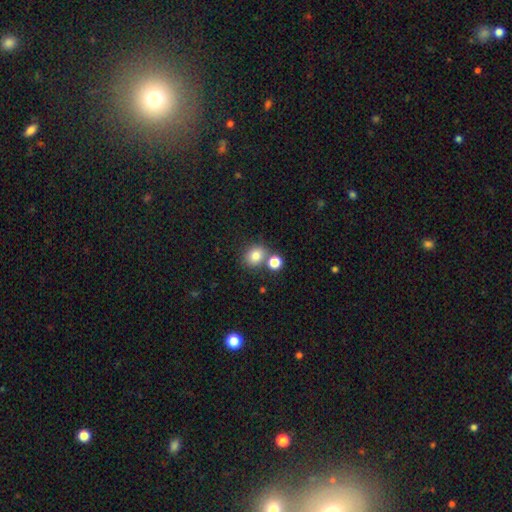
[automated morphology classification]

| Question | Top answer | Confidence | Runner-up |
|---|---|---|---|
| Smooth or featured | smooth | 81% | star or artifact (12%) |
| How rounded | round | 71% | in between (28%) |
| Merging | none | 65% | merger (22%) |